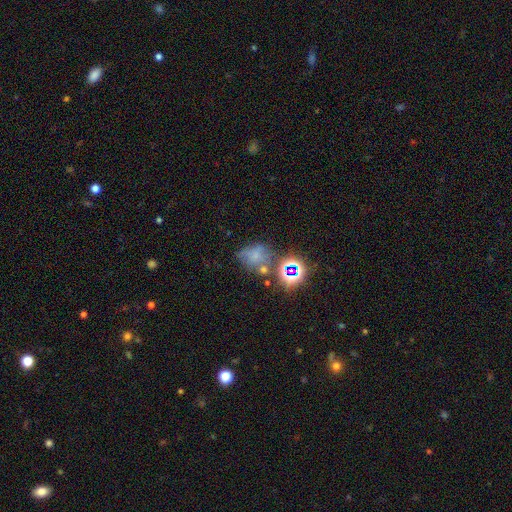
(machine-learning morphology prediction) smooth 46%, star or artifact 32%, featured or disk 22%. Down the decision tree: merging — none (41%).